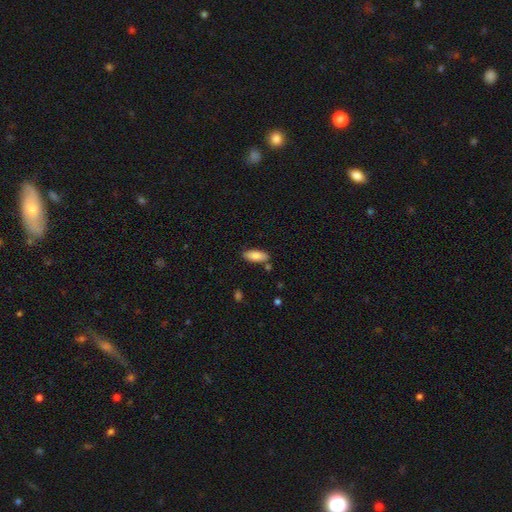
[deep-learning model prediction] Smooth or featured?
  - smooth: 84% *
  - featured or disk: 9%
  - star or artifact: 6%
How rounded?
  - in between: 83% *
  - cigar-shaped: 15%
  - round: 2%
Merging?
  - none: 81% *
  - minor disturbance: 12%
  - merger: 5%
  - major disturbance: 2%